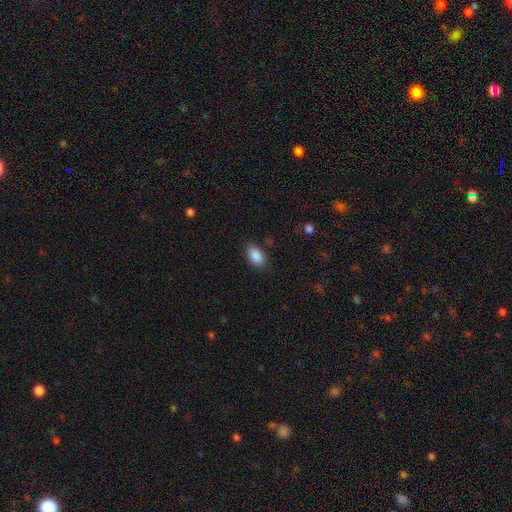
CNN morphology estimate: smooth_or_featured: smooth (p=0.89) [alt: star or artifact p=0.07]
how_rounded: in between (p=0.92) [alt: round p=0.06]
merging: none (p=0.84) [alt: minor disturbance p=0.11]